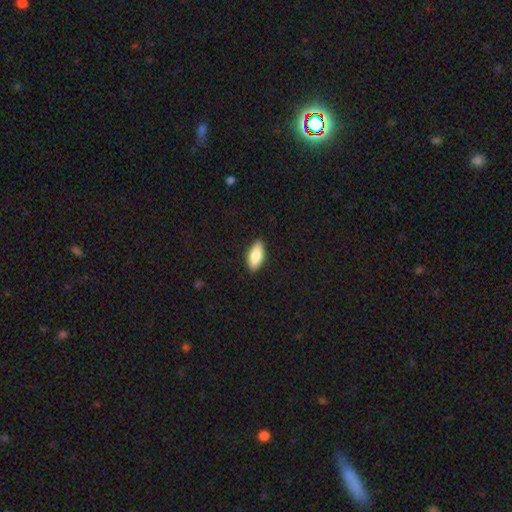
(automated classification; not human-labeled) A smooth galaxy with no disk features (84%) that is in between round and cigar-shaped (84%). Merging: none (89%).